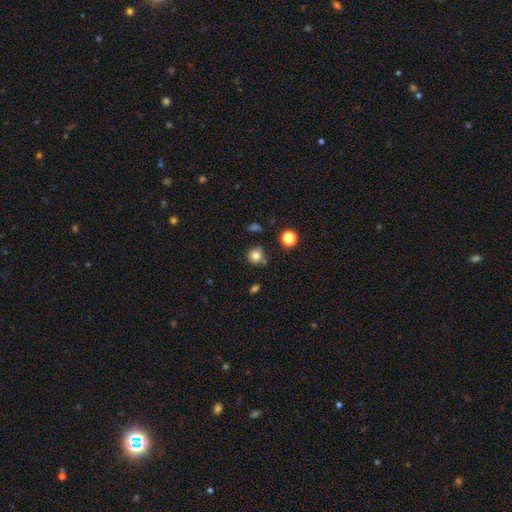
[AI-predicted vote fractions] A smooth galaxy with no disk features (79%) that is round (88%).

Vote fractions:
- Smooth or featured? smooth: 79% / star or artifact: 13% / featured or disk: 8%
- How rounded? round: 88% / in between: 11% / cigar-shaped: 1%
- Merging? none: 72% / minor disturbance: 19% / merger: 5% / major disturbance: 5%